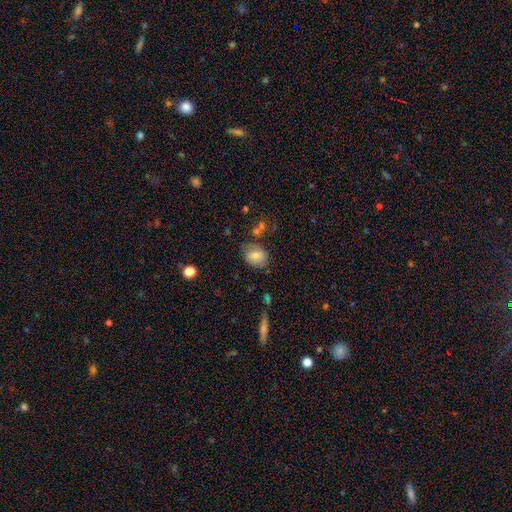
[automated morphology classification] Smooth or featured: smooth — 73% (featured or disk — 18%)
How rounded: in between — 60% (round — 38%)
Merging: none — 71% (minor disturbance — 19%)